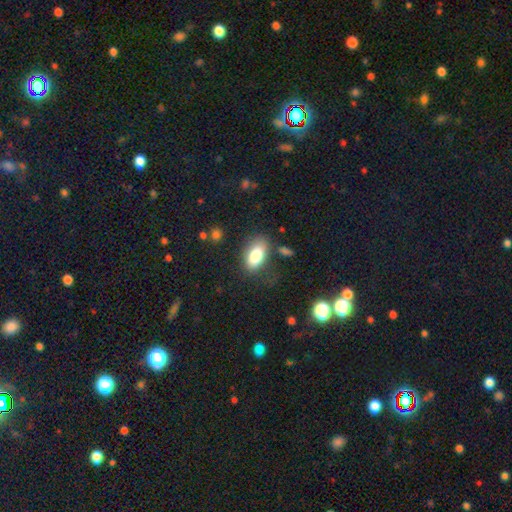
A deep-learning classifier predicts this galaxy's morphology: This appears to be a smooth galaxy with no disk features (81%) that is in between round and cigar-shaped (92%). Merging: none (71%).